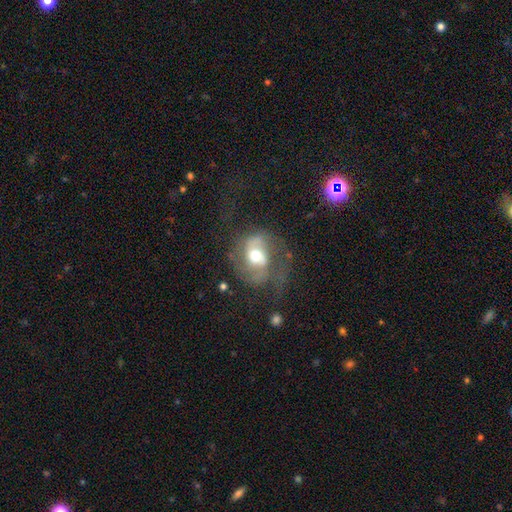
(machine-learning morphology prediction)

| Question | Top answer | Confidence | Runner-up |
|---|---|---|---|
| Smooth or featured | featured or disk | 68% | smooth (24%) |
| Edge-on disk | no | 97% | yes (3%) |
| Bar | no | 48% | weak (37%) |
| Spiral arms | yes | 82% | no (18%) |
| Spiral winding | medium | 46% | loose (37%) |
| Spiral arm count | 2 | 73% | can't tell (11%) |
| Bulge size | moderate | 69% | large (16%) |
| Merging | none | 43% | major disturbance (32%) |